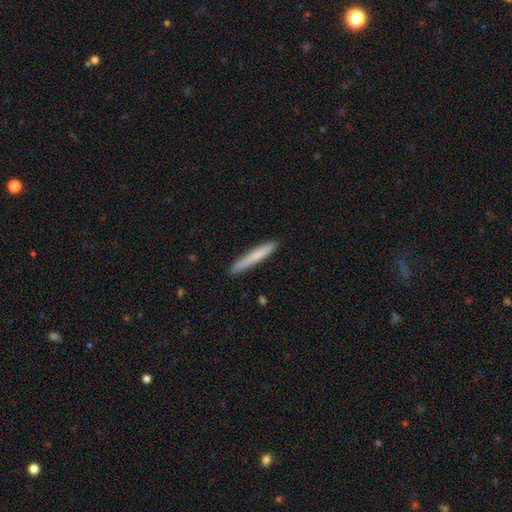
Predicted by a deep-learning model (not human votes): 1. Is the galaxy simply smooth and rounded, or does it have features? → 72% smooth, 22% featured or disk, 6% star or artifact.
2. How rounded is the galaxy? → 96% cigar-shaped, 3% in between, 1% round.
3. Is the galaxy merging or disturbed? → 90% none, 7% minor disturbance, 1% major disturbance, 1% merger.